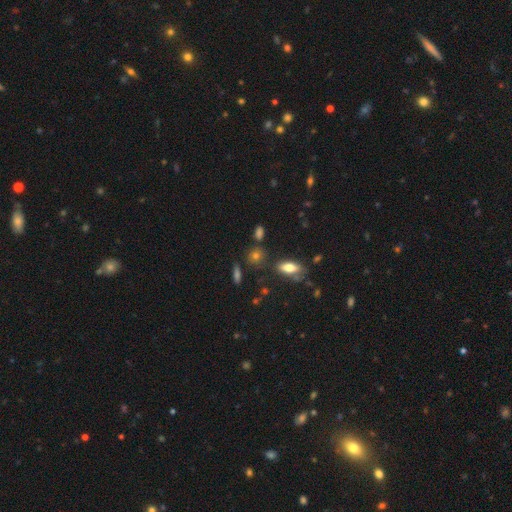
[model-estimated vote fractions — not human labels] smooth-or-featured: smooth: 67% | star or artifact: 20% | featured or disk: 13%
  how-rounded: round: 51% | in between: 39% | cigar-shaped: 10%
  merging: none: 74% | minor disturbance: 13% | merger: 9% | major disturbance: 4%